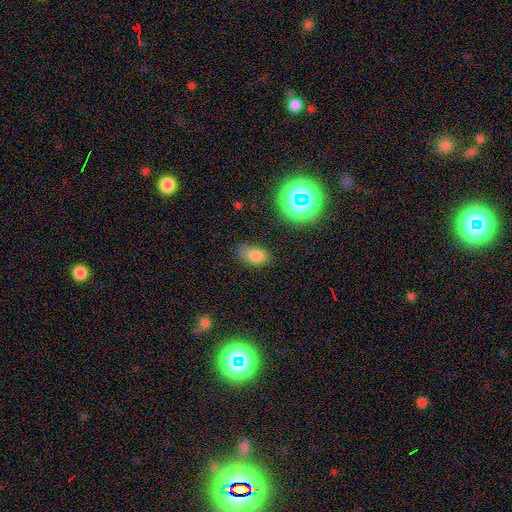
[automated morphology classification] type=smooth (75%); roundness=in between (87%); merging=none (64%).